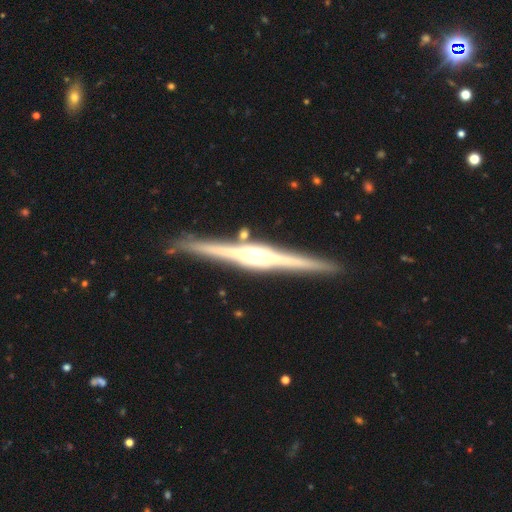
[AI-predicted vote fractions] Smooth or featured: featured or disk — 89% (smooth — 7%)
Edge-on disk: yes — 99% (no — 1%)
Edge-on bulge: rounded — 66% (boxy — 28%)
Merging: none — 90% (minor disturbance — 7%)